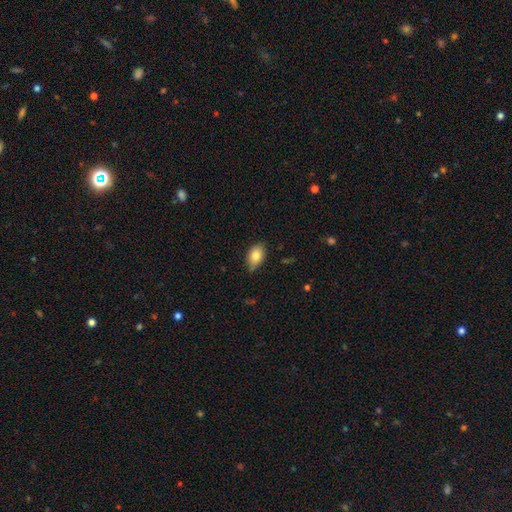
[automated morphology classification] The model was most divided on "merging": none: 75%, minor disturbance: 21%, major disturbance: 3%, merger: 1%. More confident: how rounded — in between (88%); smooth or featured — smooth (82%).